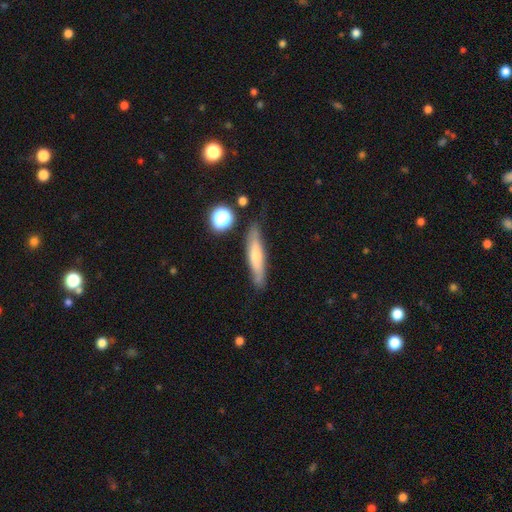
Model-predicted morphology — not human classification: type=smooth (53%); roundness=cigar-shaped (84%); merging=none (76%).